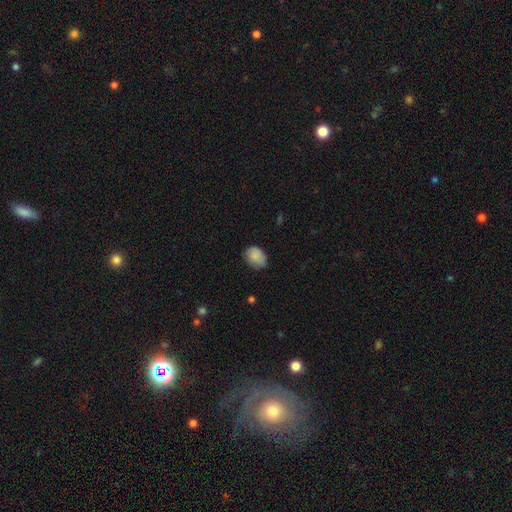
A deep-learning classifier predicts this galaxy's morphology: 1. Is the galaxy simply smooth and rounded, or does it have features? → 84% smooth, 9% featured or disk, 7% star or artifact.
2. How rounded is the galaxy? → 68% in between, 32% round, 1% cigar-shaped.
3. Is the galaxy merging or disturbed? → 69% none, 26% minor disturbance, 5% major disturbance, 1% merger.